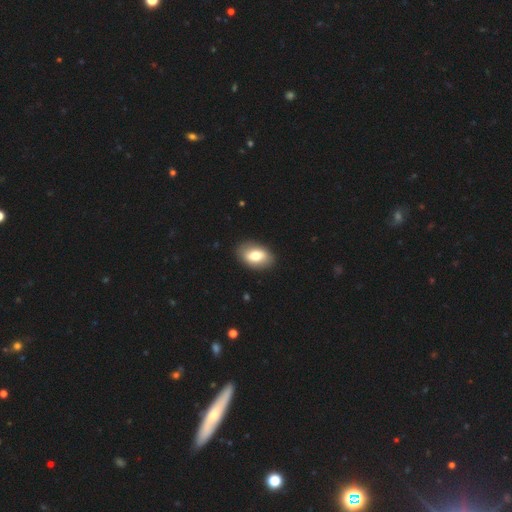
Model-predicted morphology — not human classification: This is likely a smooth galaxy (69%). How rounded: clearly in between (89%). Merging: clearly none (88%).